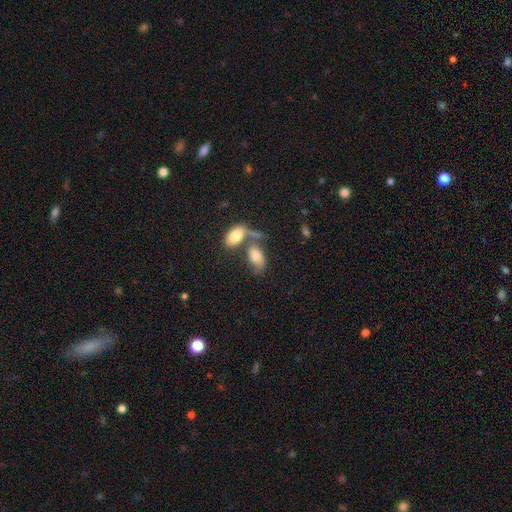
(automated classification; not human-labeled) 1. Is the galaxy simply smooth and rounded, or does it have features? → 74% smooth, 18% featured or disk, 8% star or artifact.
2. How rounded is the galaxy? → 92% in between, 5% round, 3% cigar-shaped.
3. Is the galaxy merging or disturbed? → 52% merger, 29% none, 11% minor disturbance, 8% major disturbance.